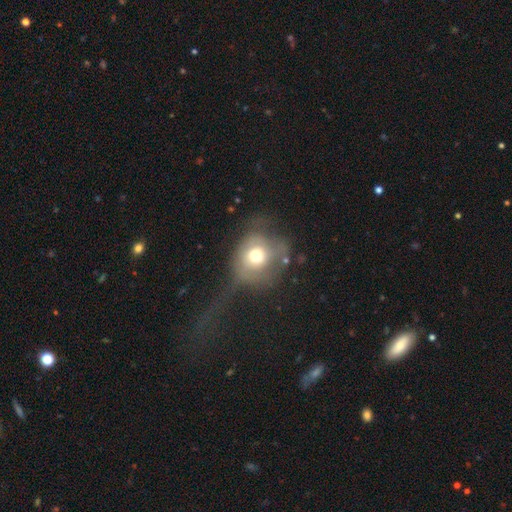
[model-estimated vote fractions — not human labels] The model was most divided on "merging": major disturbance: 47%, none: 26%, minor disturbance: 22%, merger: 4%. More confident: how rounded — round (71%); smooth or featured — smooth (59%).